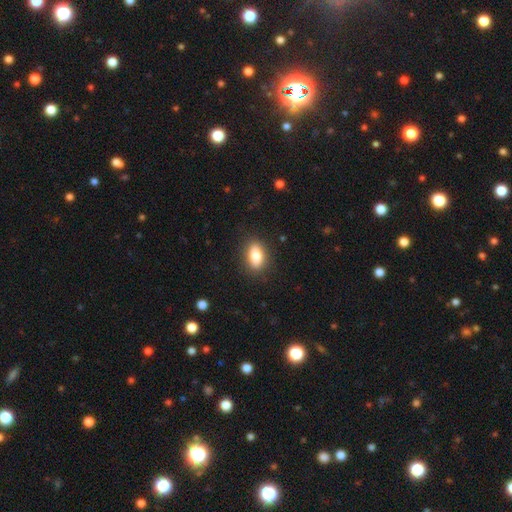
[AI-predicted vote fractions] This appears to be a smooth galaxy with no disk features (82%) that is in between round and cigar-shaped (85%). Merging: none (87%).